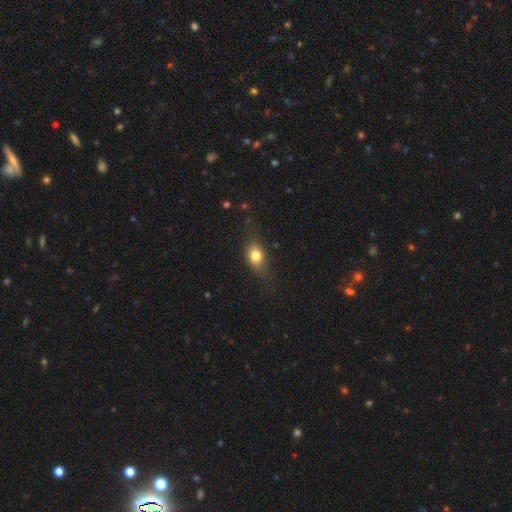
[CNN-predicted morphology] This is likely a smooth galaxy (78%). How rounded: likely in between (68%). Merging: likely none (72%).